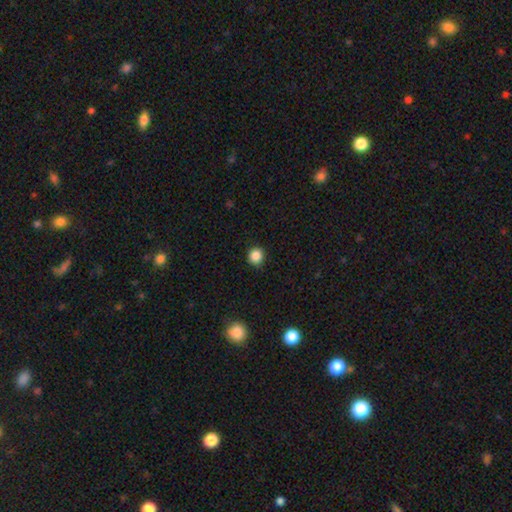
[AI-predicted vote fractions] This appears to be a smooth galaxy with no disk features (86%) that is round (88%). Merging: none (88%).